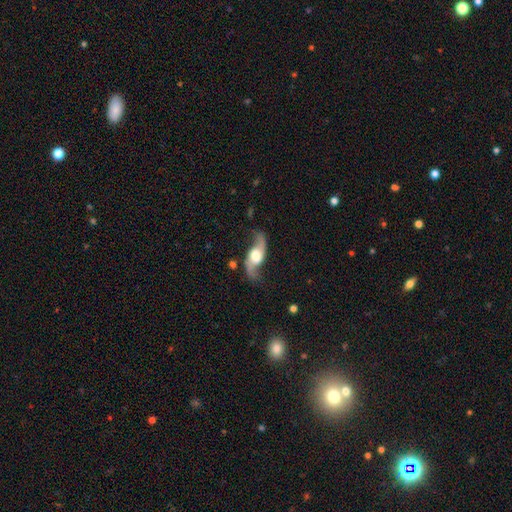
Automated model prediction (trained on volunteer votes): Overall: featured or disk (85%). Edge-on disk: no (90%). Bar: no (55%; weak 33%). Spiral arms: yes (95%). Spiral arm count: 2 (94%). Spiral winding: loose (78%). Bulge size: large (44%; moderate 40%). Merging: none (74%).